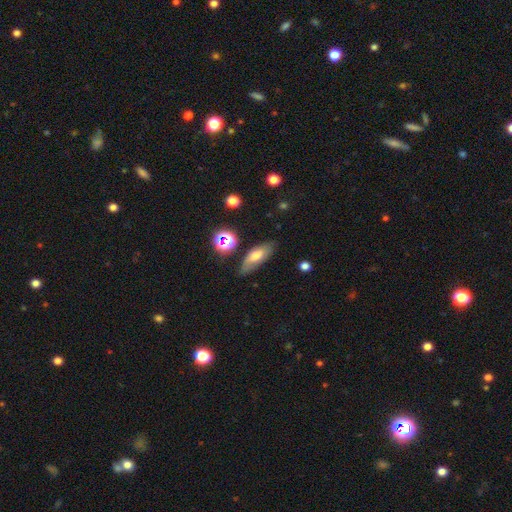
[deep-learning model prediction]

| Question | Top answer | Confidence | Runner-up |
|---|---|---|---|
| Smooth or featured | smooth | 58% | featured or disk (30%) |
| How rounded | in between | 74% | cigar-shaped (21%) |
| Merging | none | 66% | minor disturbance (24%) |